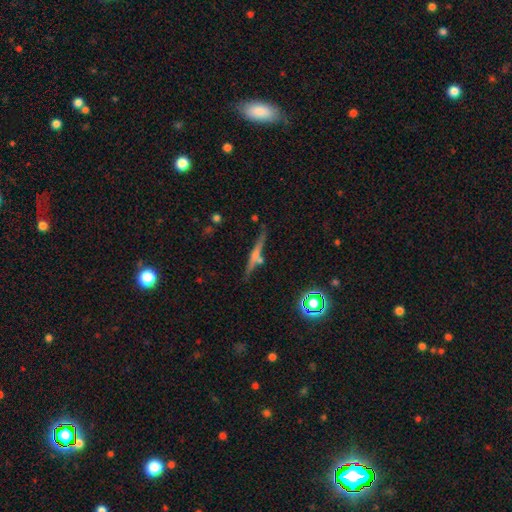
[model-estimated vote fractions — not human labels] A featured or disk galaxy (54%) viewed edge-on (94%) with a rounded central bulge (52%). Merging: none (74%).